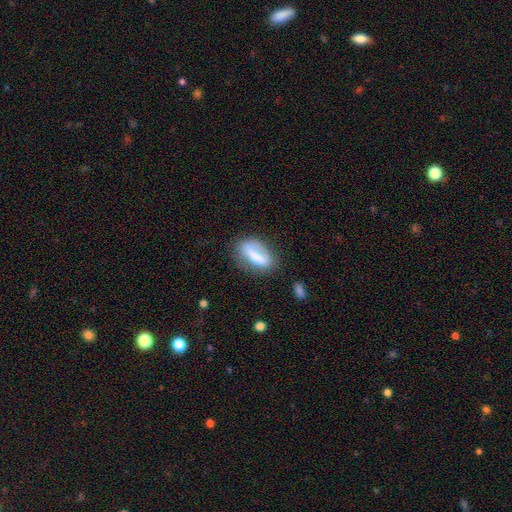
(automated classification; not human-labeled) This appears to be a smooth galaxy with no disk features (67%) that is in between round and cigar-shaped (73%). Merging: none (61%).